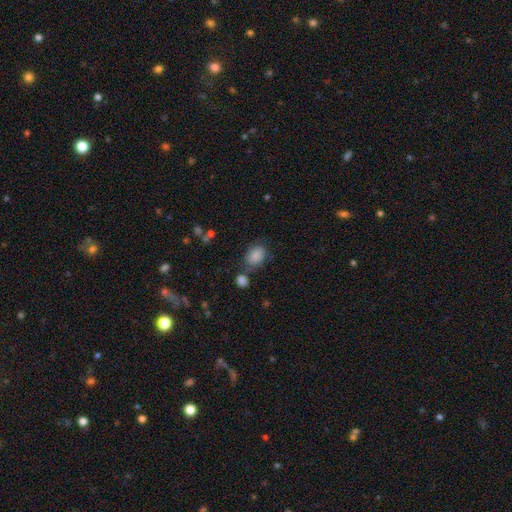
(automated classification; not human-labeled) A smooth galaxy with no disk features (84%) that is in between round and cigar-shaped (73%).

Vote fractions:
- Smooth or featured? smooth: 84% / star or artifact: 8% / featured or disk: 8%
- How rounded? in between: 73% / round: 26% / cigar-shaped: 1%
- Merging? none: 60% / minor disturbance: 19% / merger: 13% / major disturbance: 7%